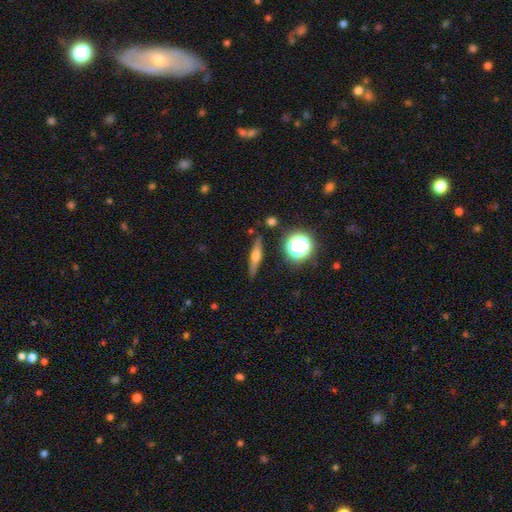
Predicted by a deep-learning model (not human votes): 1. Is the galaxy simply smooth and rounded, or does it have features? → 54% featured or disk, 35% smooth, 11% star or artifact.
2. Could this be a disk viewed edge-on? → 94% yes, 6% no.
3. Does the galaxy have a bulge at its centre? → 90% rounded, 6% boxy, 5% none.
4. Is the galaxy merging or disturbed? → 87% none, 9% minor disturbance, 2% major disturbance, 2% merger.